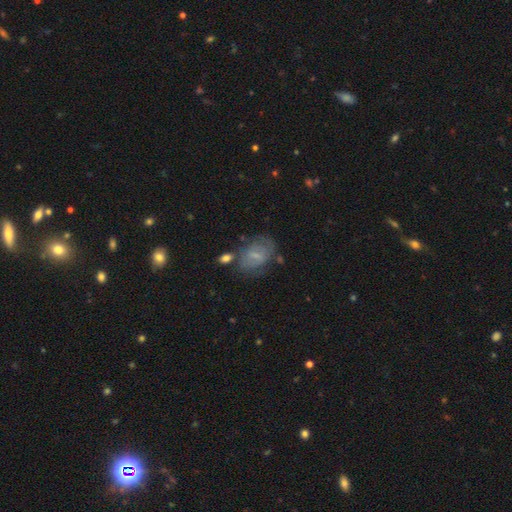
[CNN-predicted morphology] The model was most divided on "smooth or featured": smooth: 48%, featured or disk: 42%, star or artifact: 10%. More confident: merging — none (58%).